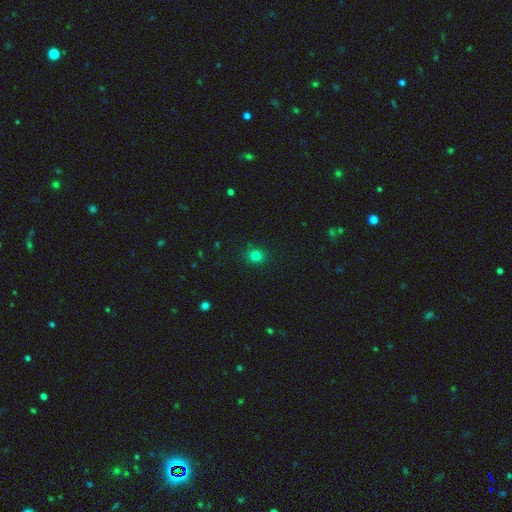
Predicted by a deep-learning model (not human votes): smooth_or_featured: smooth (p=0.80) [alt: star or artifact p=0.15]
how_rounded: round (p=0.82) [alt: in between p=0.17]
merging: none (p=0.88) [alt: minor disturbance p=0.08]